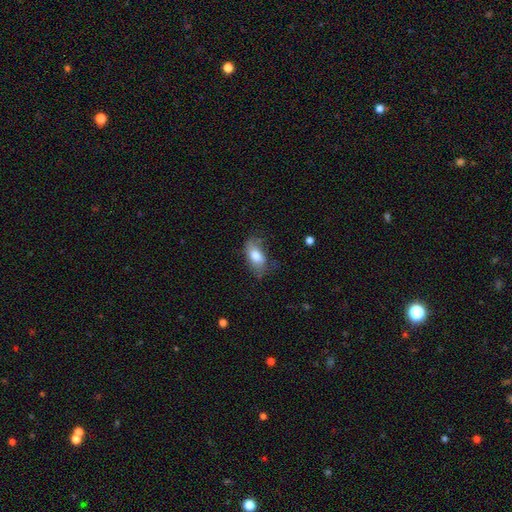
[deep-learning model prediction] The model was most divided on "merging": none: 58%, minor disturbance: 29%, major disturbance: 11%, merger: 2%. More confident: how rounded — in between (89%); smooth or featured — smooth (74%).